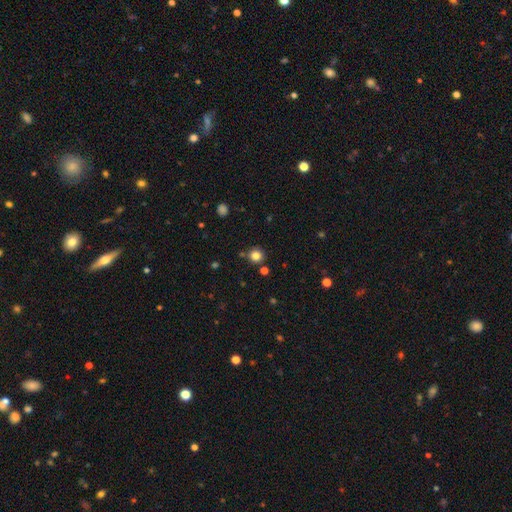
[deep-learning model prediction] A smooth galaxy with no disk features (82%) that is round (93%).

Vote fractions:
- Smooth or featured? smooth: 82% / star or artifact: 13% / featured or disk: 5%
- How rounded? round: 93% / in between: 6% / cigar-shaped: 1%
- Merging? none: 85% / minor disturbance: 8% / merger: 5% / major disturbance: 2%